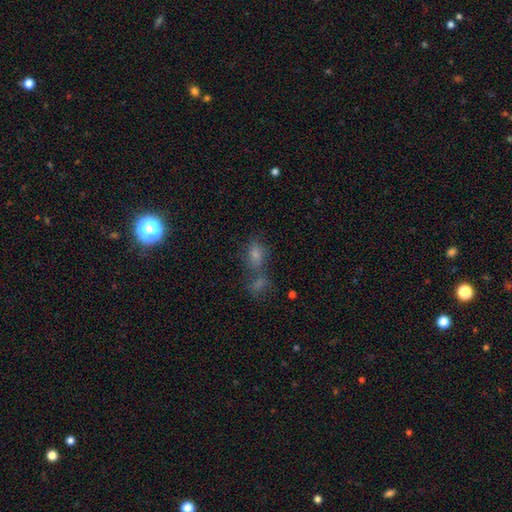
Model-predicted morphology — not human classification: smooth 64%, star or artifact 22%, featured or disk 14%. Down the decision tree: how rounded — in between (78%); merging — merger (46%).